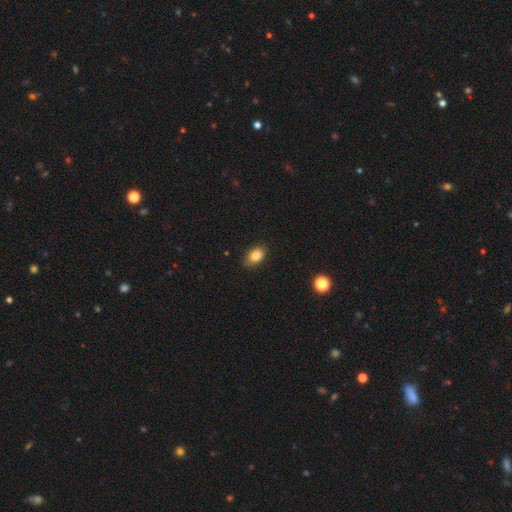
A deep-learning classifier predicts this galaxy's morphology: Smooth or featured? smooth (84%)
How rounded? in between (81%)
Merging? none (84%)